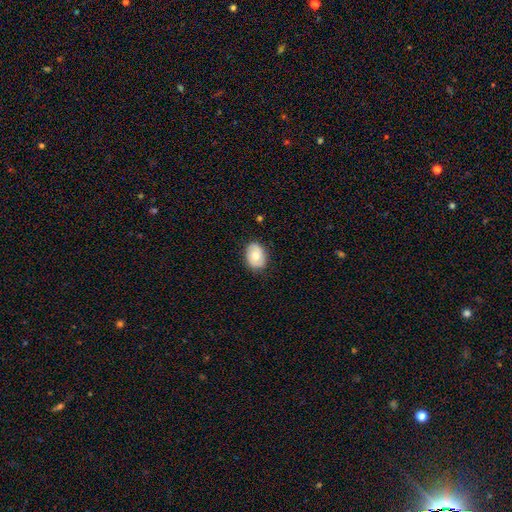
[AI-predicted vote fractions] Smooth or featured? smooth (67%)
How rounded? in between (71%)
Merging? none (83%)